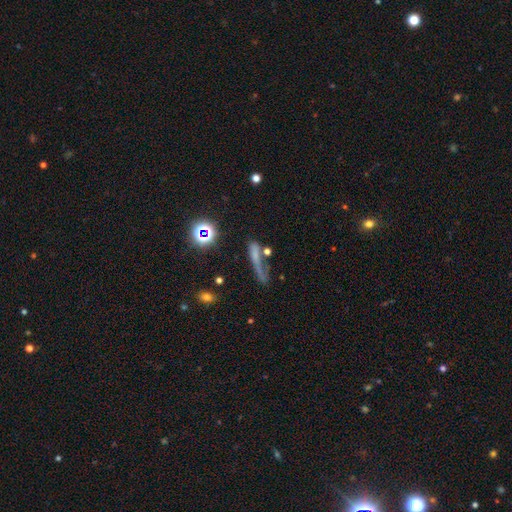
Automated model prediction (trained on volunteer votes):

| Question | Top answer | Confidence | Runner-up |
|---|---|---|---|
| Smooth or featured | smooth | 48% | featured or disk (28%) |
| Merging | none | 41% | major disturbance (23%) |